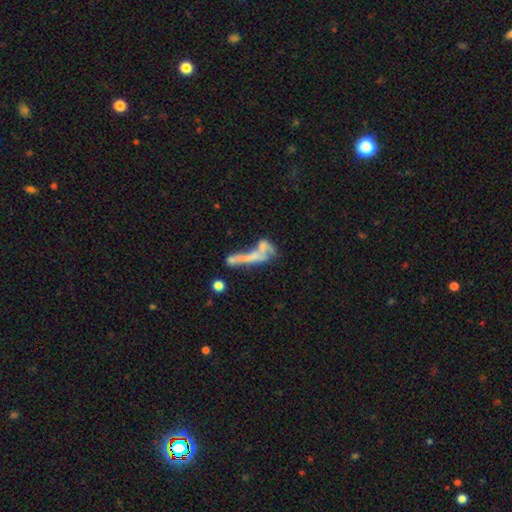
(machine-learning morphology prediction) Smooth or featured? featured or disk (45%)
Merging? merger (47%)